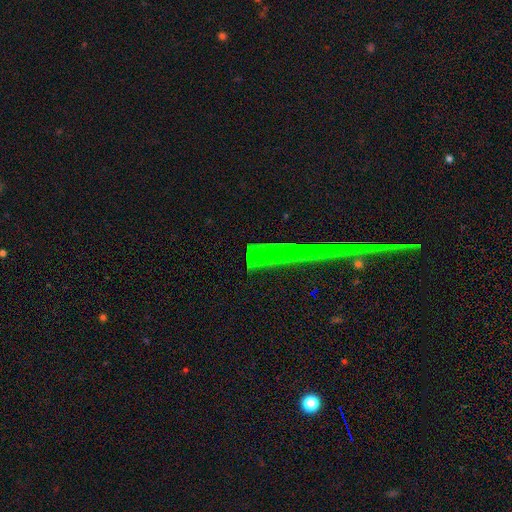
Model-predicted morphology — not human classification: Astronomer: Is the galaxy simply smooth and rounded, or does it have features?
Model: star or artifact — 56%.